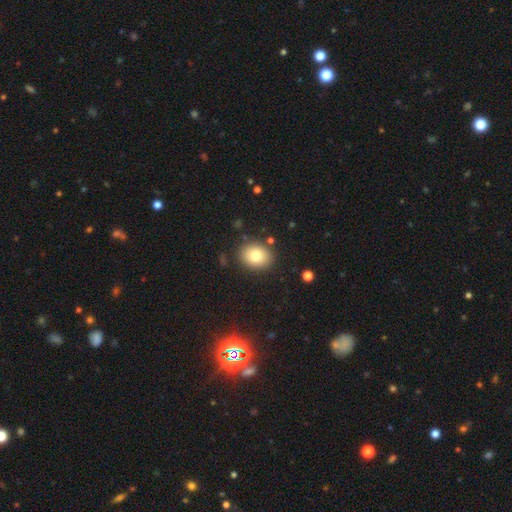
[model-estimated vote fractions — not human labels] The model was most divided on "how rounded": round: 52%, in between: 48%, cigar-shaped: 1%. More confident: merging — none (86%); smooth or featured — smooth (78%).